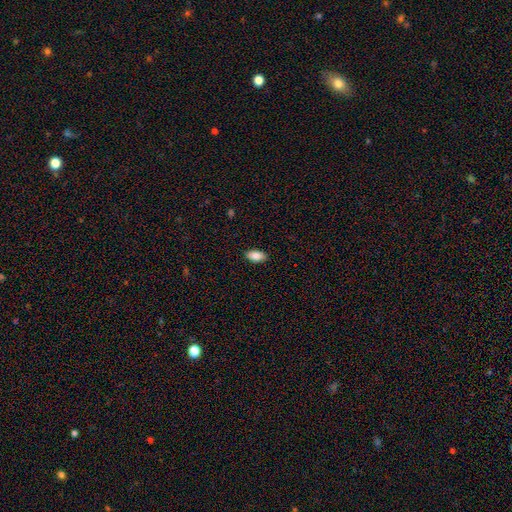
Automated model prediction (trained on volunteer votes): smooth-or-featured: smooth: 88% | star or artifact: 7% | featured or disk: 5%
  how-rounded: in between: 93% | cigar-shaped: 3% | round: 3%
  merging: none: 88% | minor disturbance: 9% | major disturbance: 2% | merger: 1%